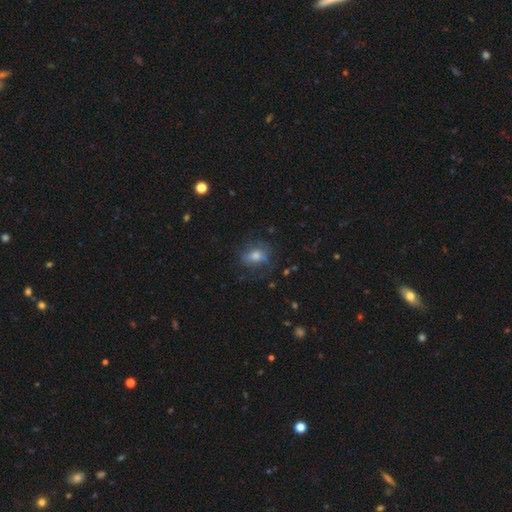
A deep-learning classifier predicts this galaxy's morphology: Smooth or featured: smooth — 61% (featured or disk — 24%)
How rounded: in between — 58% (round — 40%)
Merging: none — 66% (minor disturbance — 21%)